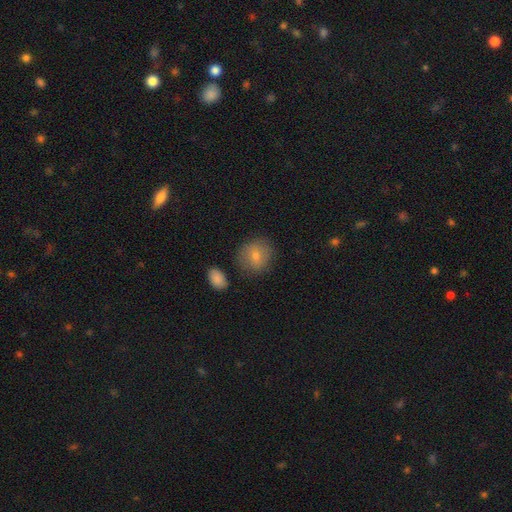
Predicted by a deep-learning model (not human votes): Smooth or featured? smooth (75%)
How rounded? round (81%)
Merging? none (81%)